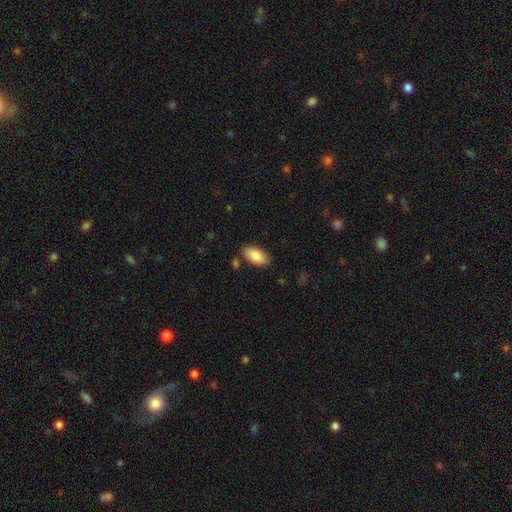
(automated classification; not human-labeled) smooth-or-featured: smooth: 87% | featured or disk: 7% | star or artifact: 6%
  how-rounded: in between: 95% | cigar-shaped: 3% | round: 3%
  merging: none: 82% | minor disturbance: 12% | merger: 4% | major disturbance: 3%